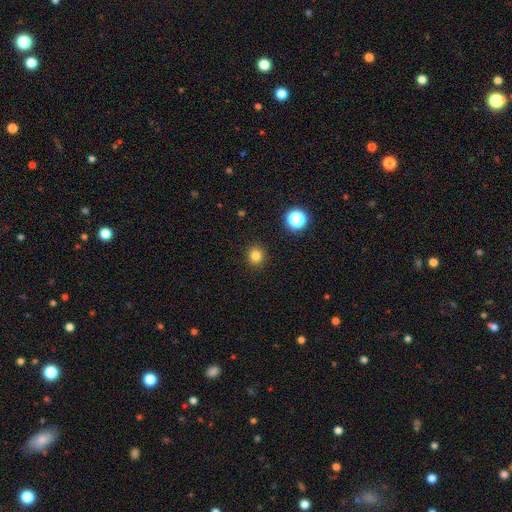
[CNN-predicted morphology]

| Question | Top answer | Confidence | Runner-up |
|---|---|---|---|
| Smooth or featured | smooth | 82% | star or artifact (14%) |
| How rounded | round | 86% | in between (13%) |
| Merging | none | 91% | minor disturbance (6%) |